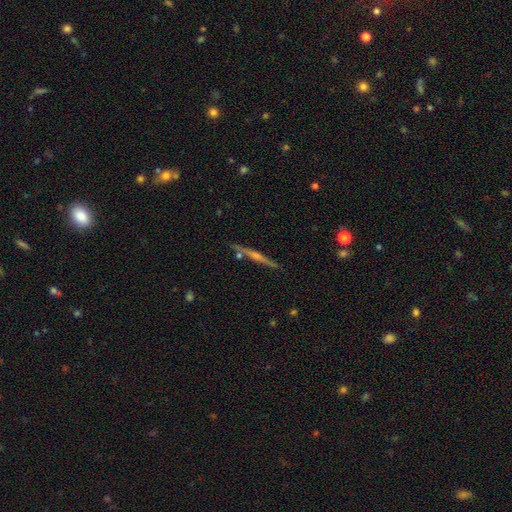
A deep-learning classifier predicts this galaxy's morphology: smooth_or_featured: featured or disk (p=0.60) [alt: smooth p=0.25]
disk_edge_on: yes (p=0.90) [alt: no p=0.10]
edge_on_bulge: rounded (p=0.70) [alt: none p=0.21]
merging: none (p=0.80) [alt: minor disturbance p=0.11]